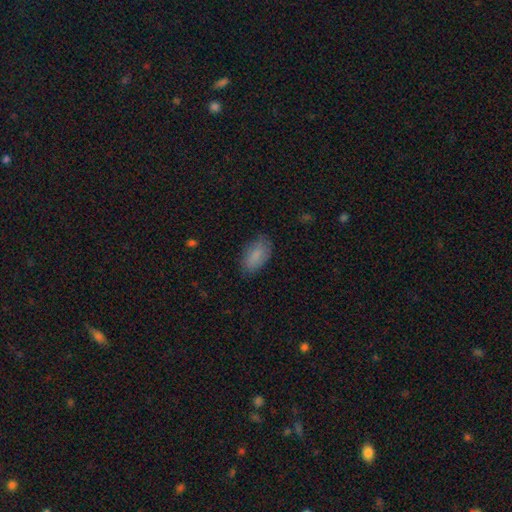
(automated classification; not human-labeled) Smooth or featured? smooth (84%)
How rounded? in between (92%)
Merging? none (78%)